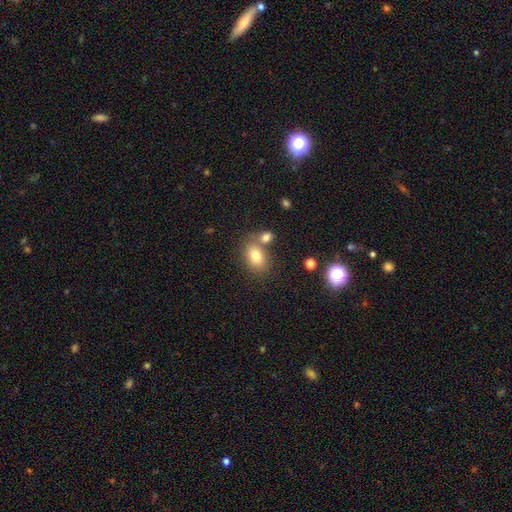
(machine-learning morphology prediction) Overall: smooth (78%). How rounded: in between (77%). Merging: none (54%; merger 30%).